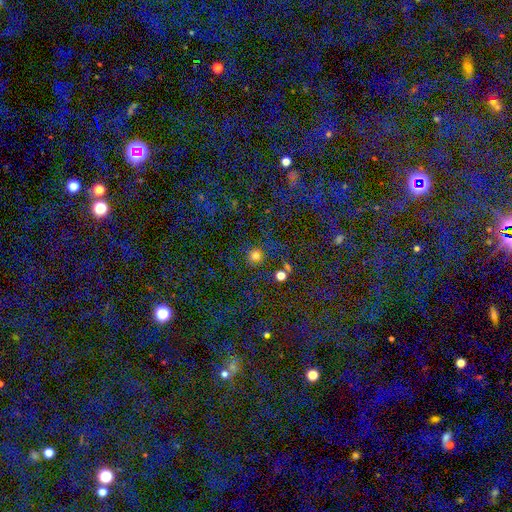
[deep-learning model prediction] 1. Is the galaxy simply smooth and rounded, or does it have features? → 63% smooth, 28% star or artifact, 9% featured or disk.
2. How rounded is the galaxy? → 90% round, 9% in between, 1% cigar-shaped.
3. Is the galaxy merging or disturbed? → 74% none, 12% minor disturbance, 7% merger, 7% major disturbance.